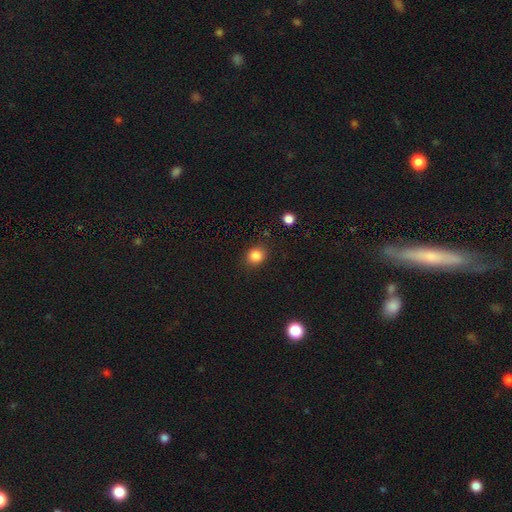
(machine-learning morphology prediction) This appears to be a smooth galaxy with no disk features (84%) that is round (72%). Merging: none (87%).